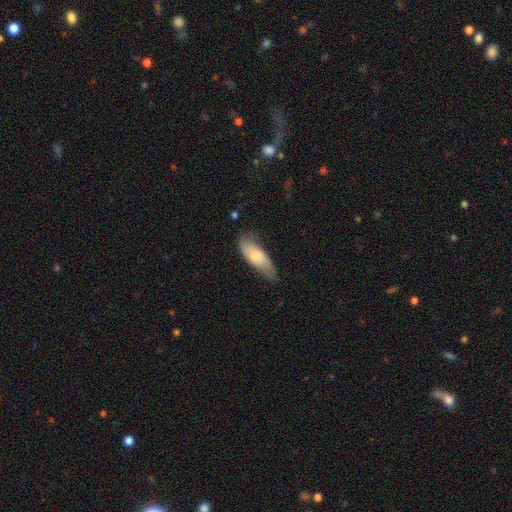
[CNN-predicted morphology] smooth-or-featured: smooth: 64% | featured or disk: 30% | star or artifact: 6%
  how-rounded: in between: 69% | cigar-shaped: 28% | round: 2%
  merging: none: 60% | minor disturbance: 31% | major disturbance: 7% | merger: 2%